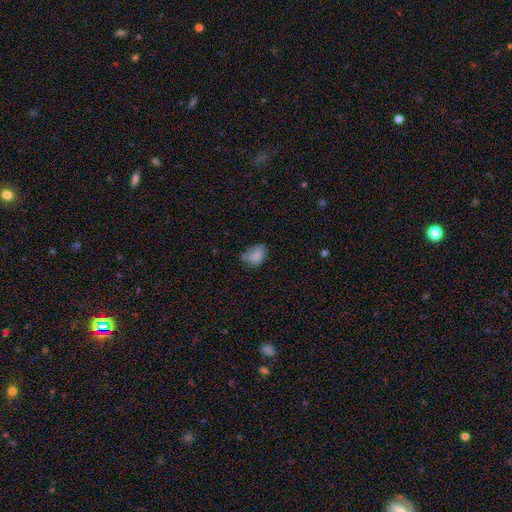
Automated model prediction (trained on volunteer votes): Q: Smooth or featured?
A: smooth (79%); runner-up: featured or disk (12%)
Q: How rounded?
A: in between (76%); runner-up: round (23%)
Q: Merging?
A: none (51%); runner-up: minor disturbance (33%)